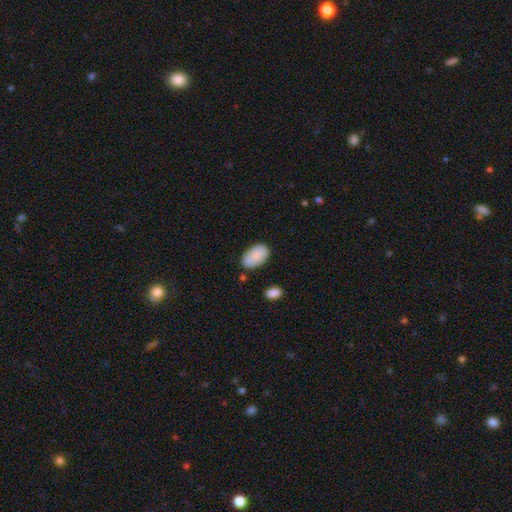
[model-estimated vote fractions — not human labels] This is clearly a smooth galaxy (87%). How rounded: clearly in between (94%). Merging: likely none (78%).